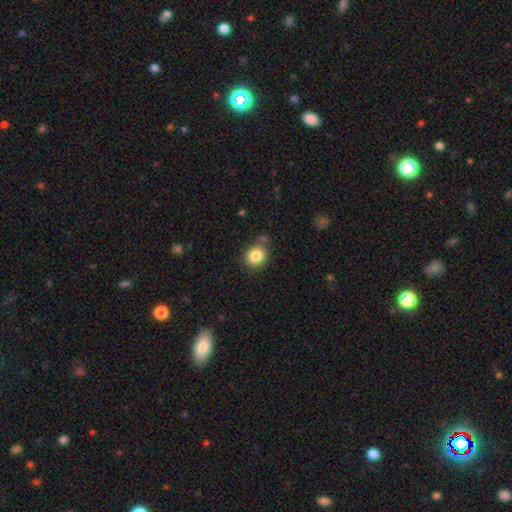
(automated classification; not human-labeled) A smooth galaxy with no disk features (84%) that is round (79%).

Vote fractions:
- Smooth or featured? smooth: 84% / star or artifact: 10% / featured or disk: 6%
- How rounded? round: 79% / in between: 20% / cigar-shaped: 1%
- Merging? none: 73% / minor disturbance: 16% / merger: 6% / major disturbance: 4%